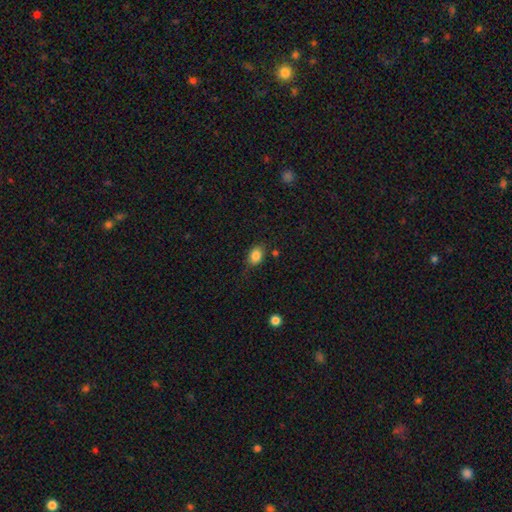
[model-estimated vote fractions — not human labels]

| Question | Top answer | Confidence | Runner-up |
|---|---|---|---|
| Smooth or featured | smooth | 85% | star or artifact (9%) |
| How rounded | in between | 74% | round (24%) |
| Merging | none | 74% | minor disturbance (18%) |